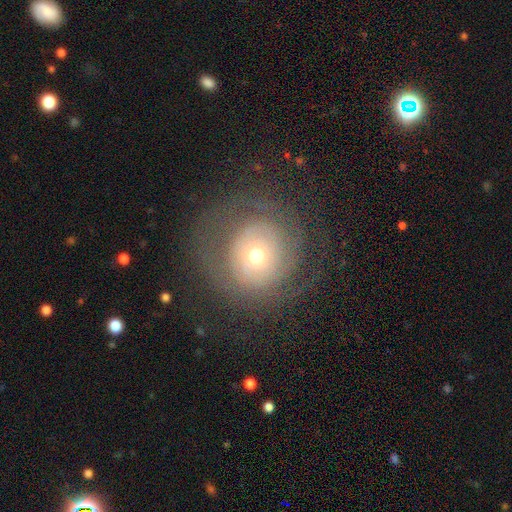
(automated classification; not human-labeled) Overall: featured or disk (55%; smooth 34%). Edge-on disk: no (96%). Bar: no (83%). Spiral arms: yes (62%; no 38%). Bulge size: moderate (48%; small 43%). Merging: none (65%).